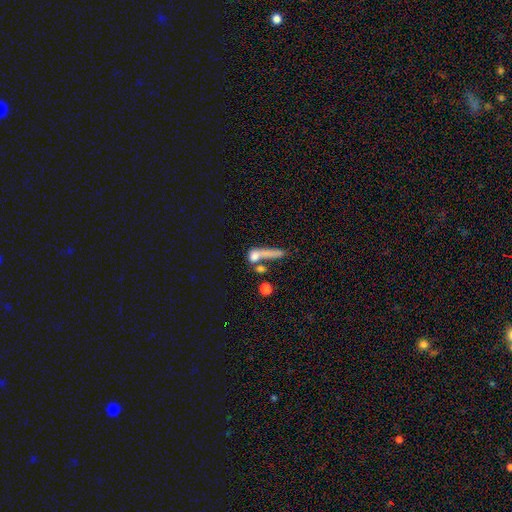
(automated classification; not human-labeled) A smooth galaxy with no disk features (65%) that is cigar-shaped (40%). Merging: merger (37%).